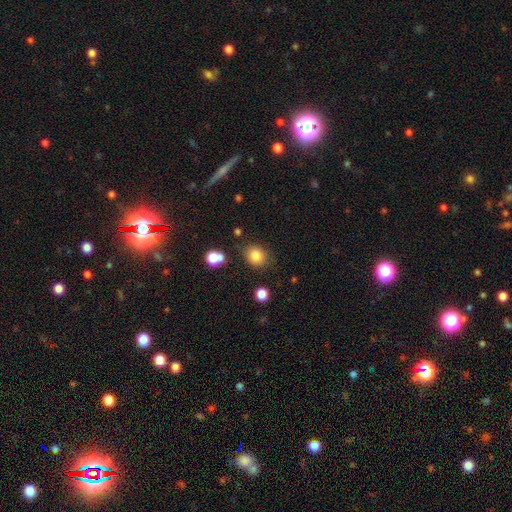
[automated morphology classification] This appears to be a smooth galaxy with no disk features (82%) that is round (73%). Merging: none (81%).